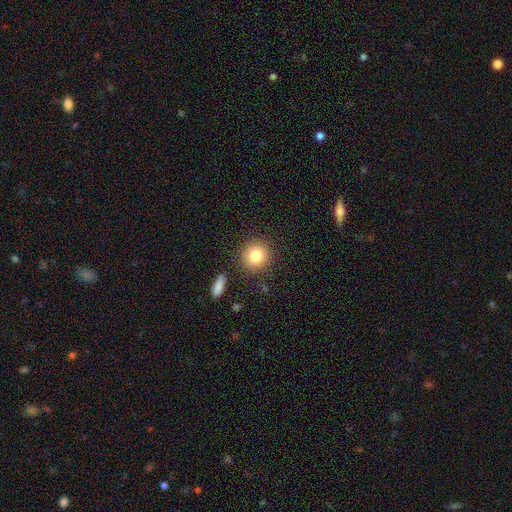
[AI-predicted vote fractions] Morphology: type=smooth (82%); roundness=round (89%); merging=none (85%).